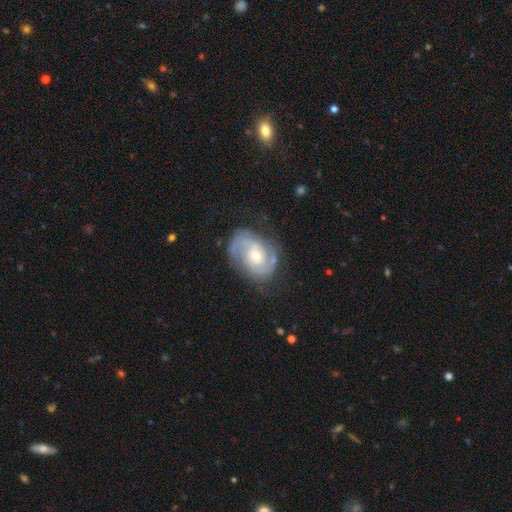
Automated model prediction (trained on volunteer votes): This is clearly a featured or disk galaxy (86%). It is clearly not viewed edge-on (97%). Bar: likely no (61%). Spiral arm pattern: clearly yes (96%). Spiral arm count: likely 2 (74%). Spiral winding: possibly tight (51%). Central bulge: possibly moderate (55%). Merging: likely none (73%).